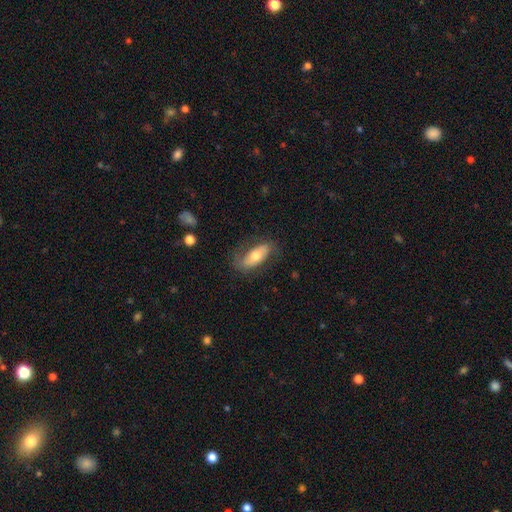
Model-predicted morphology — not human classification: smooth 55%, featured or disk 39%, star or artifact 6%. Down the decision tree: how rounded — in between (77%); merging — none (71%).